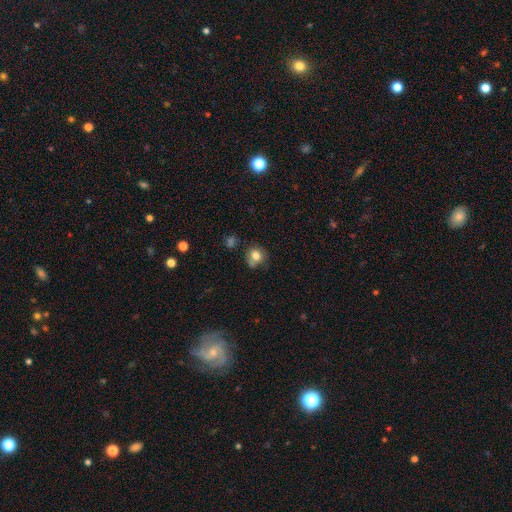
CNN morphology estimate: smooth-or-featured: smooth: 79% | star or artifact: 11% | featured or disk: 10%
  how-rounded: round: 80% | in between: 19% | cigar-shaped: 1%
  merging: none: 62% | minor disturbance: 20% | merger: 12% | major disturbance: 6%